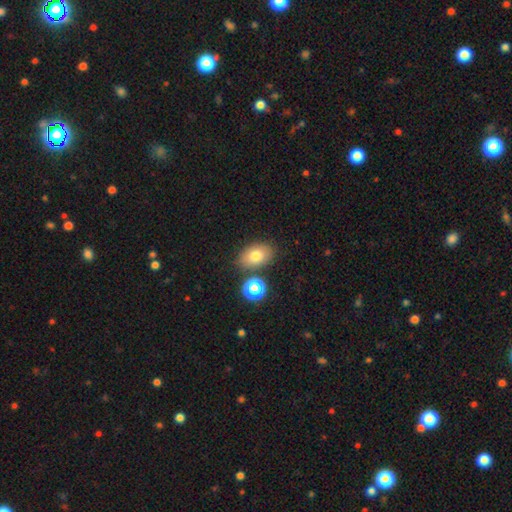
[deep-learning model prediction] Q: Smooth or featured?
A: smooth (78%); runner-up: featured or disk (12%)
Q: How rounded?
A: in between (84%); runner-up: round (15%)
Q: Merging?
A: none (77%); runner-up: minor disturbance (12%)